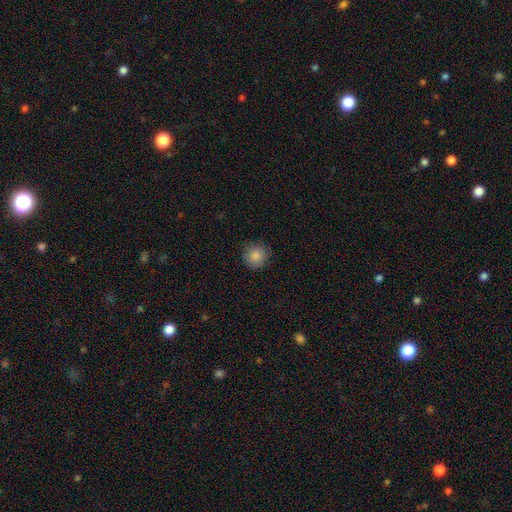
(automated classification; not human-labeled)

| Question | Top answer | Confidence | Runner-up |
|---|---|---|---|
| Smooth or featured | smooth | 85% | star or artifact (10%) |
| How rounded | round | 94% | in between (5%) |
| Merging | none | 88% | minor disturbance (9%) |